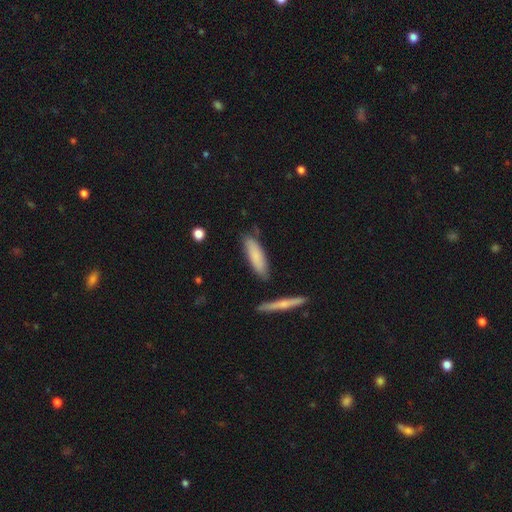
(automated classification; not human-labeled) Smooth or featured? smooth (77%)
How rounded? cigar-shaped (60%)
Merging? none (77%)